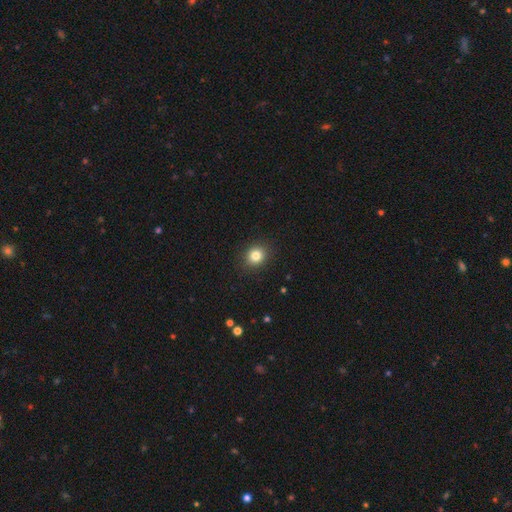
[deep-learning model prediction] This appears to be a smooth galaxy with no disk features (83%) that is round (74%). Merging: none (91%).